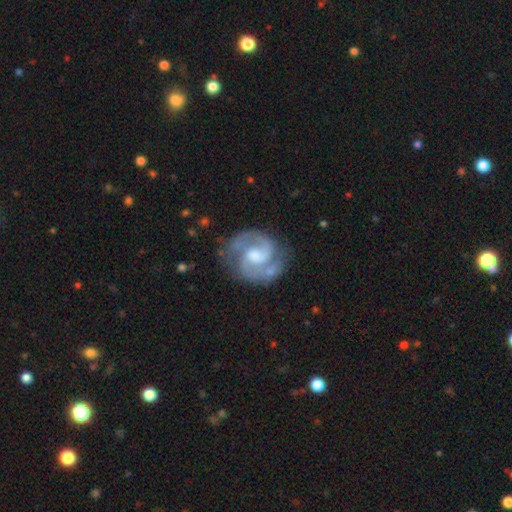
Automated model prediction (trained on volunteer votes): Smooth or featured: featured or disk — 90% (smooth — 6%)
Edge-on disk: no — 98% (yes — 2%)
Bar: weak — 49% (no — 39%)
Spiral arms: yes — 98% (no — 2%)
Spiral winding: medium — 55% (tight — 35%)
Spiral arm count: 2 — 87% (3 — 5%)
Bulge size: moderate — 51% (small — 26%)
Merging: none — 74% (minor disturbance — 17%)